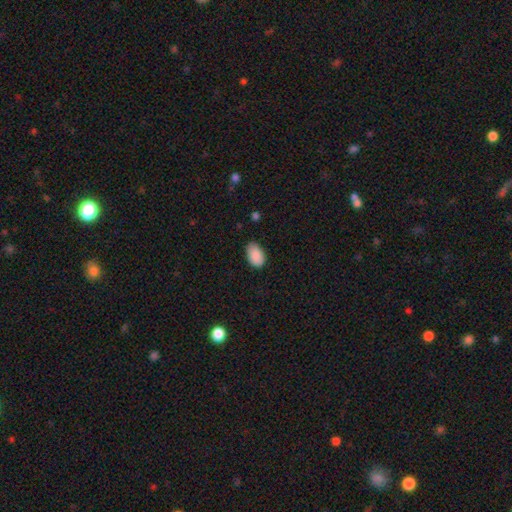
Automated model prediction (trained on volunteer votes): Morphology: type=smooth (89%); roundness=in between (91%); merging=none (74%).